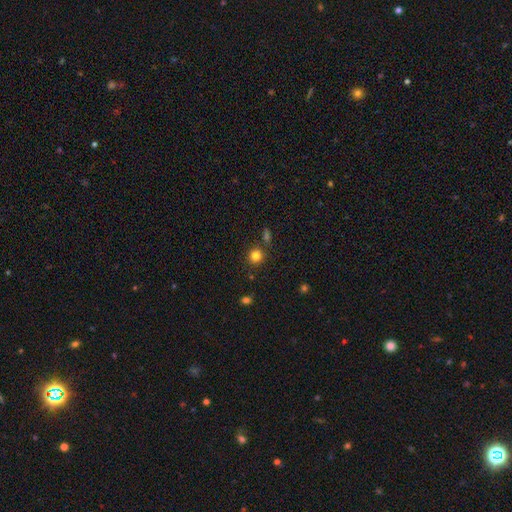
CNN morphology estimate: smooth_or_featured: smooth (p=0.81) [alt: star or artifact p=0.13]
how_rounded: round (p=0.91) [alt: in between p=0.08]
merging: none (p=0.84) [alt: minor disturbance p=0.07]